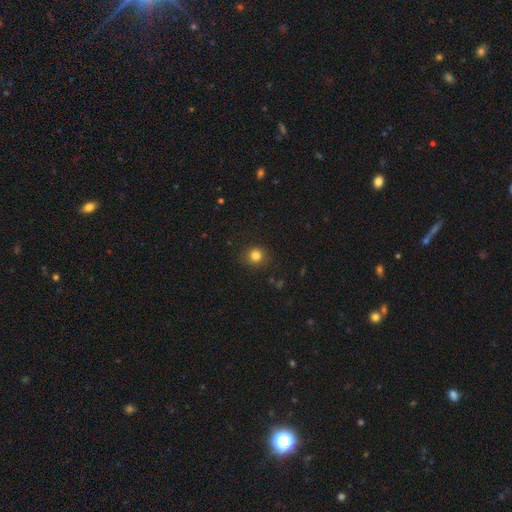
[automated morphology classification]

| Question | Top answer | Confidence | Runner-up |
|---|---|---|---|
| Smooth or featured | smooth | 82% | star or artifact (13%) |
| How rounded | round | 90% | in between (9%) |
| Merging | none | 89% | minor disturbance (7%) |